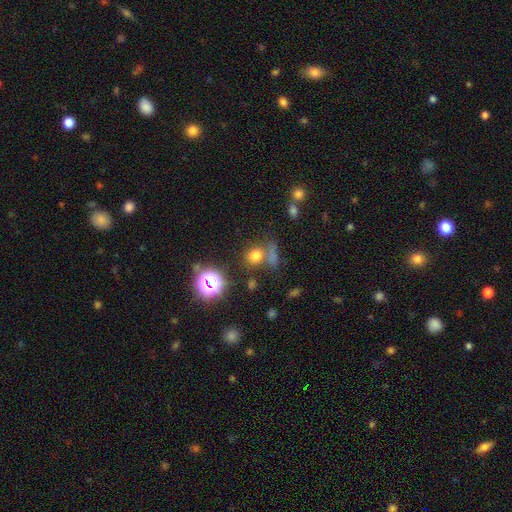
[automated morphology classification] Overall: smooth (69%). How rounded: round (81%). Merging: none (64%).